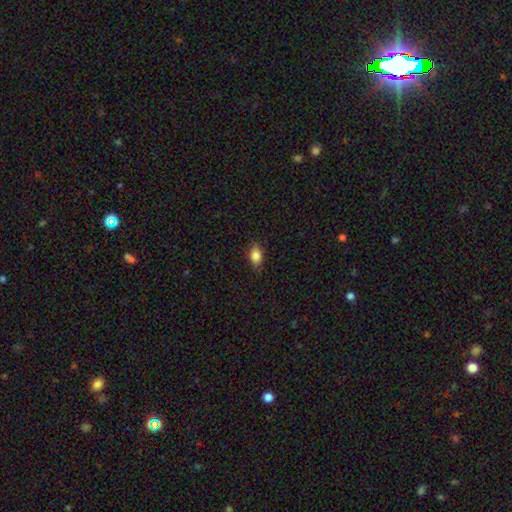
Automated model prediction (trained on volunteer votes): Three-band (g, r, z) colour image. It shows a smooth galaxy with no disk features (84%) that is in between round and cigar-shaped (80%). Merging: none (82%).